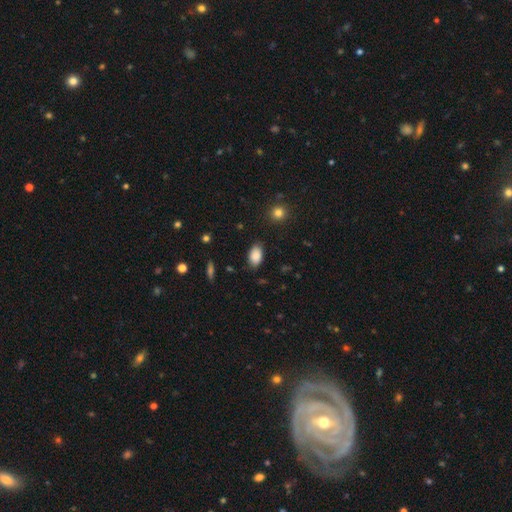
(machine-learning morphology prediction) Smooth or featured?
  - smooth: 87% *
  - star or artifact: 7%
  - featured or disk: 5%
How rounded?
  - in between: 92% *
  - round: 6%
  - cigar-shaped: 2%
Merging?
  - none: 83% *
  - minor disturbance: 13%
  - major disturbance: 3%
  - merger: 1%